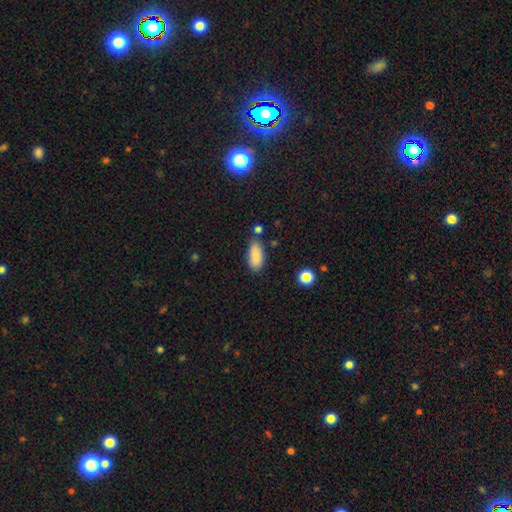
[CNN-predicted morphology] Smooth or featured?
  - smooth: 86% *
  - star or artifact: 7%
  - featured or disk: 7%
How rounded?
  - in between: 87% *
  - cigar-shaped: 11%
  - round: 3%
Merging?
  - none: 72% *
  - minor disturbance: 18%
  - merger: 6%
  - major disturbance: 4%